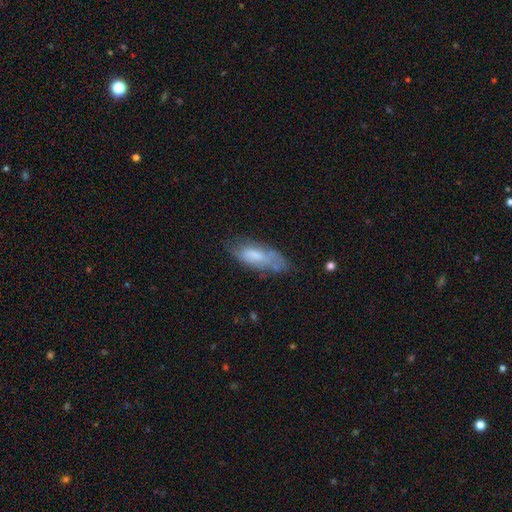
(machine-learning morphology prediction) The model was most divided on "smooth or featured": smooth: 54%, featured or disk: 37%, star or artifact: 9%. More confident: how rounded — in between (66%); merging — none (56%).